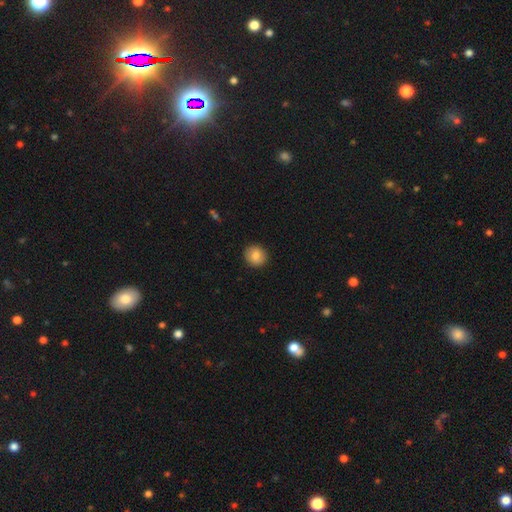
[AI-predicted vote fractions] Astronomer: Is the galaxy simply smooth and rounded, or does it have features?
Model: smooth — 84%.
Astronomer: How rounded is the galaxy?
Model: round — 87%.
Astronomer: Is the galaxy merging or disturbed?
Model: none — 90%.